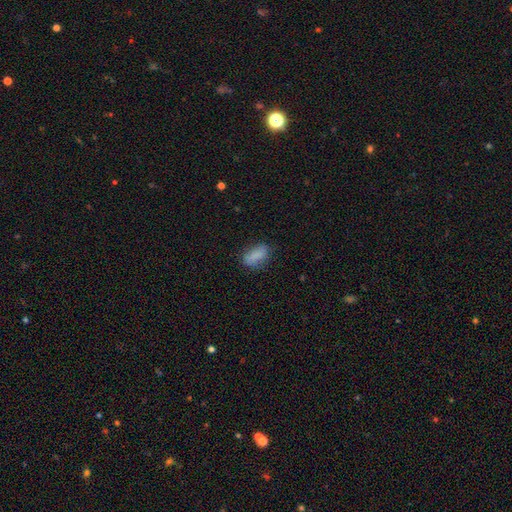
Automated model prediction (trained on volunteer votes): smooth_or_featured: smooth (p=0.82) [alt: featured or disk p=0.09]
how_rounded: in between (p=0.85) [alt: cigar-shaped p=0.10]
merging: none (p=0.71) [alt: minor disturbance p=0.21]